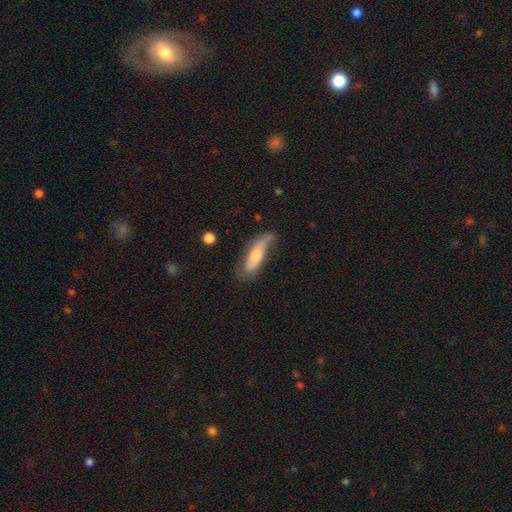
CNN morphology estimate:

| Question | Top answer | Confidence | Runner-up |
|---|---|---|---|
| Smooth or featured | featured or disk | 51% | smooth (42%) |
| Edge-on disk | no | 67% | yes (33%) |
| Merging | none | 53% | minor disturbance (31%) |